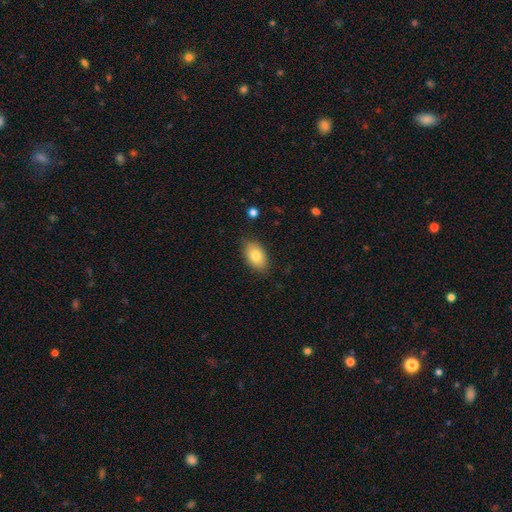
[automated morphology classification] A smooth galaxy with no disk features (81%) that is in between round and cigar-shaped (91%).

Vote fractions:
- Smooth or featured? smooth: 81% / featured or disk: 12% / star or artifact: 7%
- How rounded? in between: 91% / round: 7% / cigar-shaped: 2%
- Merging? none: 84% / minor disturbance: 12% / major disturbance: 3% / merger: 1%